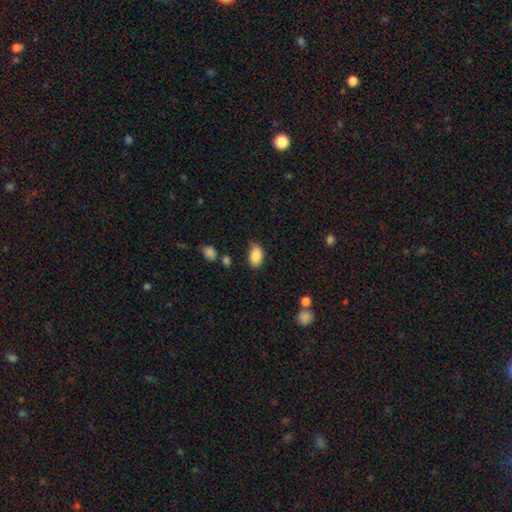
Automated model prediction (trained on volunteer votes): This is clearly a smooth galaxy (86%). How rounded: clearly in between (90%). Merging: likely none (71%).